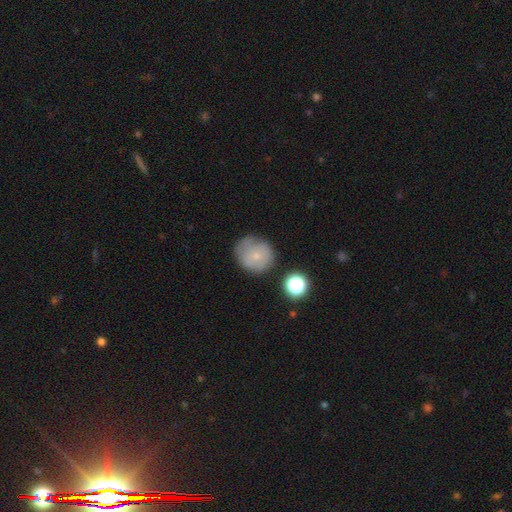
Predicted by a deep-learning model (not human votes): This is likely a smooth galaxy (65%). How rounded: clearly round (86%). Merging: likely none (60%).